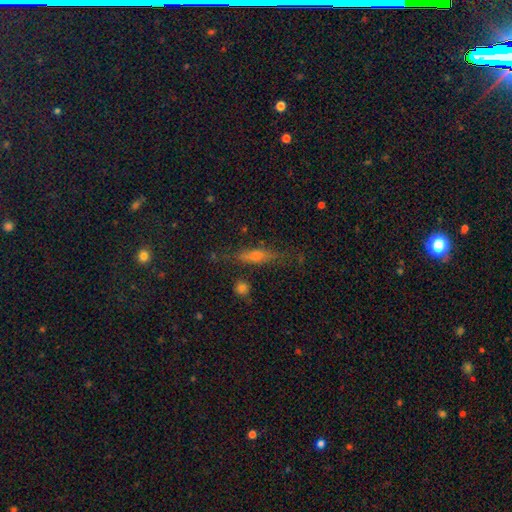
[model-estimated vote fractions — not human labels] Overall: featured or disk (46%; smooth 38%). Merging: none (76%).